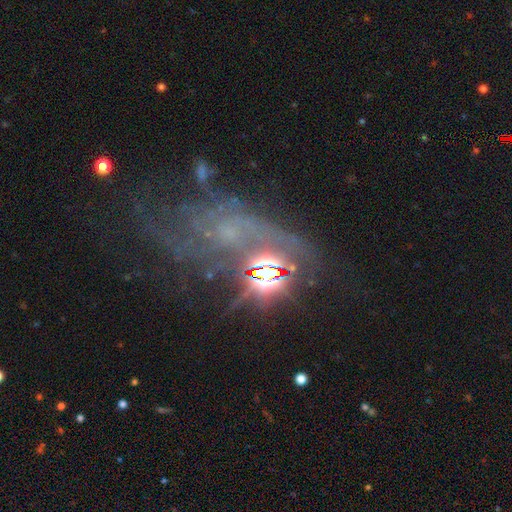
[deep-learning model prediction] smooth-or-featured: featured or disk: 51% | star or artifact: 32% | smooth: 17%
  disk-edge-on: no: 90% | yes: 10%
  merging: none: 42% | major disturbance: 26% | merger: 16% | minor disturbance: 15%